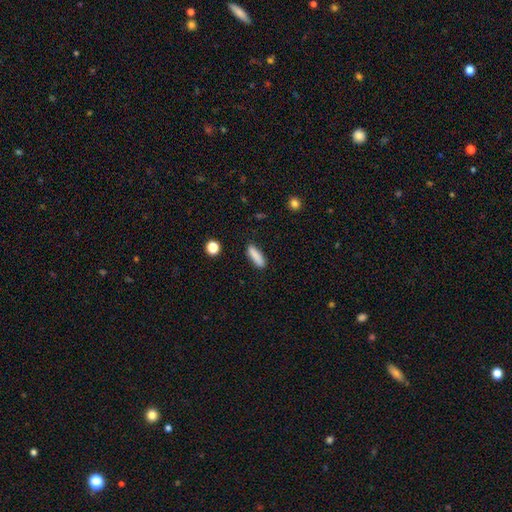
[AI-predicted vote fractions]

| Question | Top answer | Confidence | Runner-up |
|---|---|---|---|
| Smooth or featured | smooth | 87% | star or artifact (7%) |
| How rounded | cigar-shaped | 61% | in between (37%) |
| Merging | none | 86% | minor disturbance (10%) |